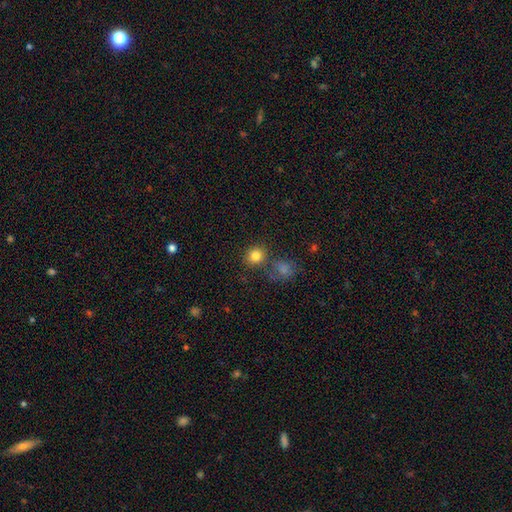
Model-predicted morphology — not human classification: Smooth or featured? smooth (82%)
How rounded? round (84%)
Merging? none (74%)